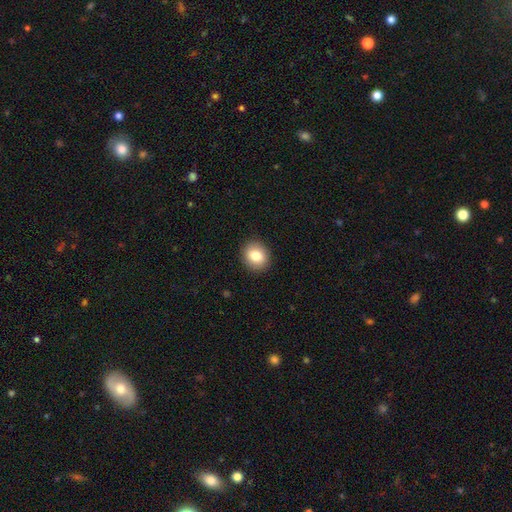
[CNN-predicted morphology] Smooth or featured? Predicted: smooth (p=0.82). How rounded? Predicted: round (p=0.65). Merging? Predicted: none (p=0.91).